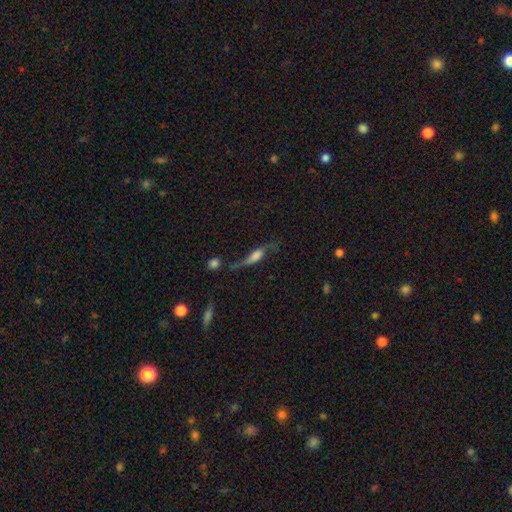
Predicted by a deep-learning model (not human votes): Morphology: type=featured or disk (58%); edge-on=no (53%); merging=none (44%).